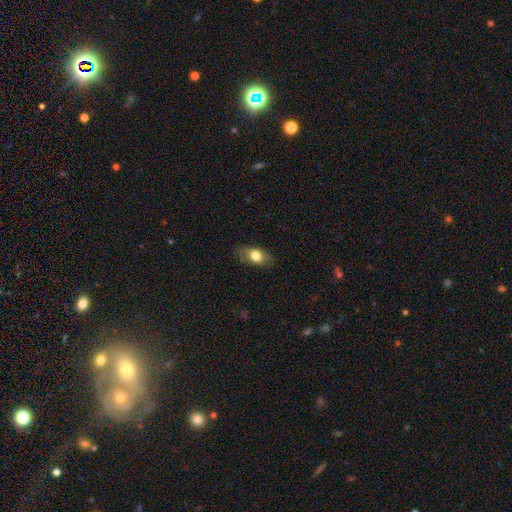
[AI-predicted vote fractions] The model was most divided on "smooth or featured": smooth: 71%, featured or disk: 21%, star or artifact: 8%. More confident: how rounded — in between (82%); merging — none (76%).